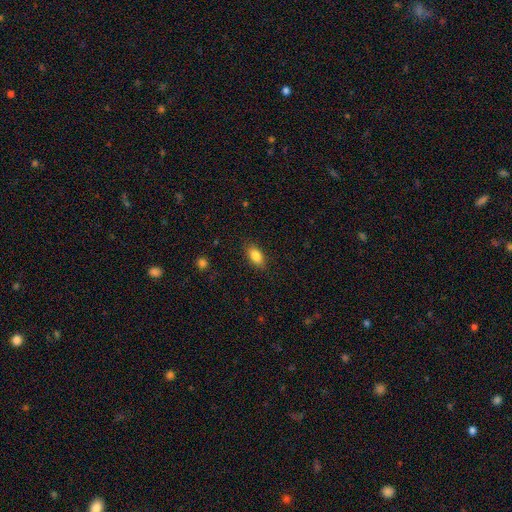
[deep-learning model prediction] smooth-or-featured: smooth: 85% | star or artifact: 8% | featured or disk: 7%
  how-rounded: in between: 89% | round: 6% | cigar-shaped: 6%
  merging: none: 86% | minor disturbance: 10% | major disturbance: 3% | merger: 1%